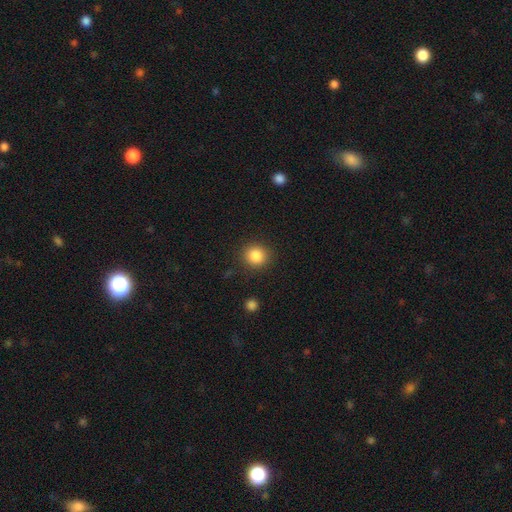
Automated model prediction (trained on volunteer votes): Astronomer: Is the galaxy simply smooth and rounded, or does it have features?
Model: smooth — 85%.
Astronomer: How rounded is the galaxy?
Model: round — 86%.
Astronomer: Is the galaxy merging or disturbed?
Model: none — 89%.